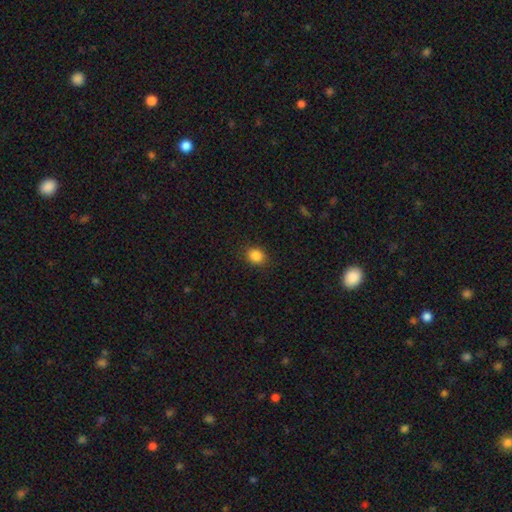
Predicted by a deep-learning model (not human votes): Smooth or featured? smooth (86%)
How rounded? round (61%)
Merging? none (89%)